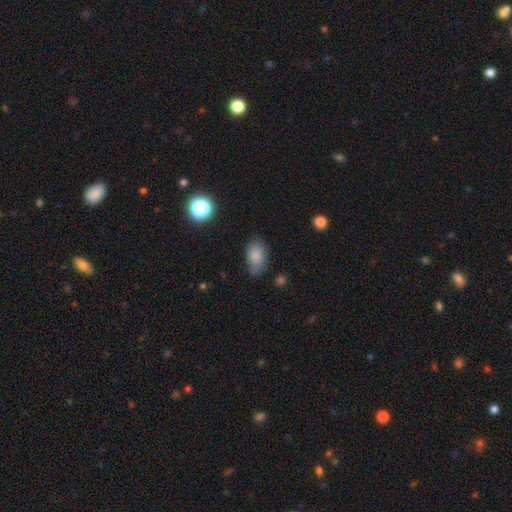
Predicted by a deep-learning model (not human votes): Overall: smooth (83%). How rounded: in between (89%). Merging: none (61%; minor disturbance 28%).